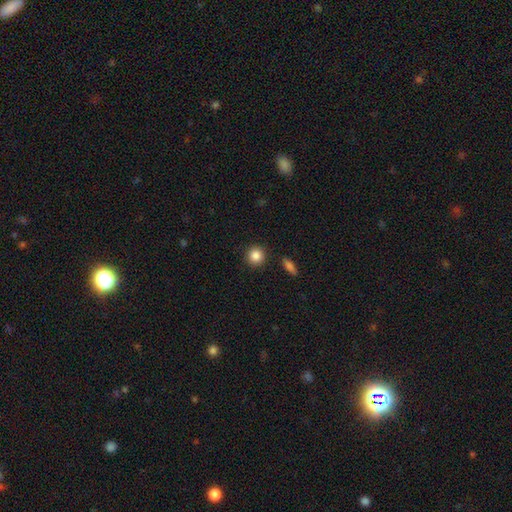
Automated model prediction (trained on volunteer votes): smooth-or-featured: smooth: 86% | star or artifact: 9% | featured or disk: 4%
  how-rounded: round: 91% | in between: 8% | cigar-shaped: 1%
  merging: none: 90% | minor disturbance: 6% | merger: 2% | major disturbance: 2%